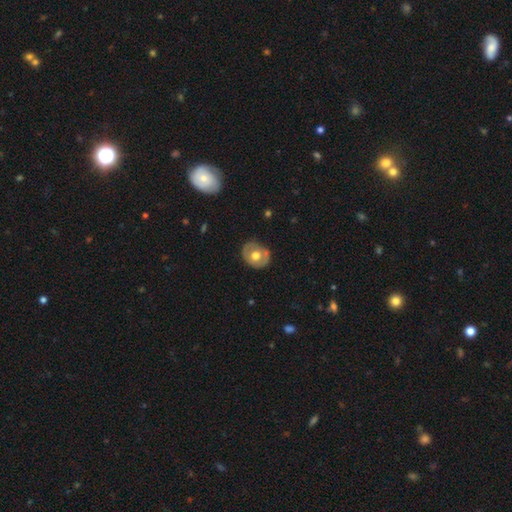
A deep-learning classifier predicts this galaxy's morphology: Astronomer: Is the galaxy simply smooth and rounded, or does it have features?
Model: smooth — 47%, tied with featured or disk at 47%.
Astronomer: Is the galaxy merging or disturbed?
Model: none — 79%.